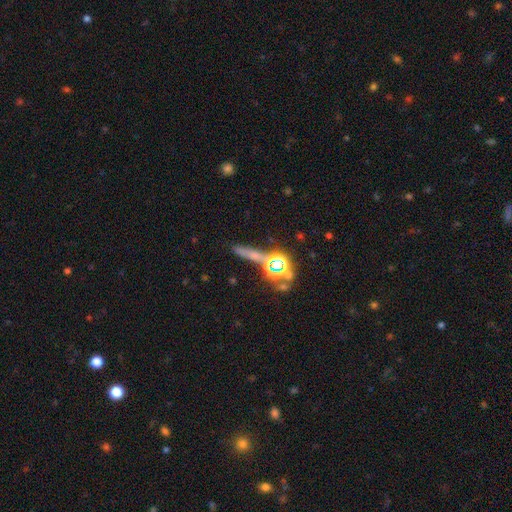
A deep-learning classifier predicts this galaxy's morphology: smooth-or-featured: star or artifact: 49% | smooth: 29% | featured or disk: 22%